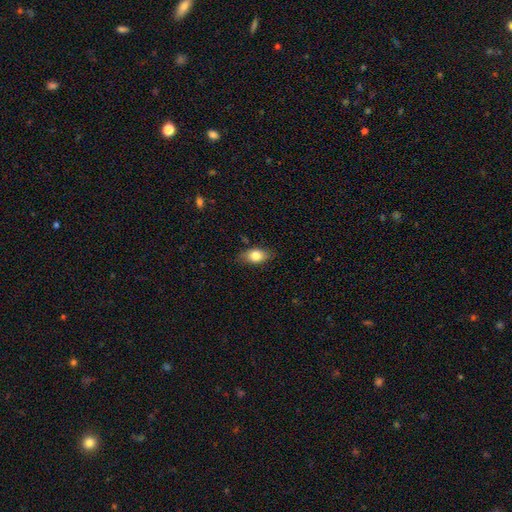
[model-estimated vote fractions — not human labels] A smooth galaxy with no disk features (80%) that is in between round and cigar-shaped (84%).

Vote fractions:
- Smooth or featured? smooth: 80% / featured or disk: 12% / star or artifact: 8%
- How rounded? in between: 84% / round: 12% / cigar-shaped: 4%
- Merging? none: 79% / minor disturbance: 17% / major disturbance: 3% / merger: 1%